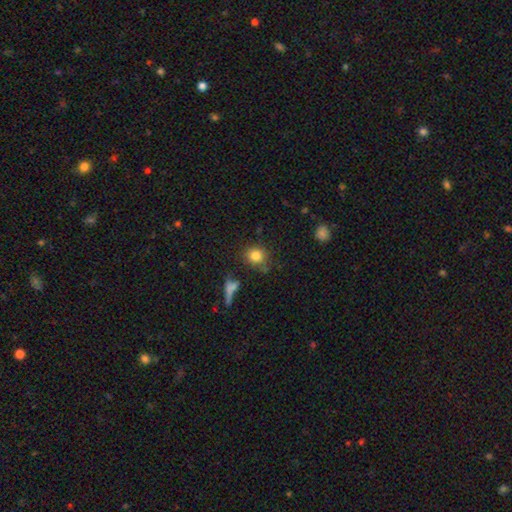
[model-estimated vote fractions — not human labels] smooth_or_featured: smooth (p=0.81) [alt: star or artifact p=0.11]
how_rounded: round (p=0.79) [alt: in between p=0.19]
merging: none (p=0.73) [alt: minor disturbance p=0.14]